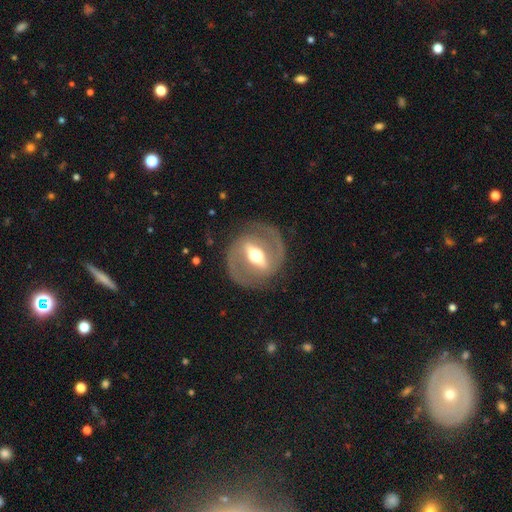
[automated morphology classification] smooth-or-featured: featured or disk: 85% | smooth: 10% | star or artifact: 5%
  disk-edge-on: no: 92% | yes: 8%
    bar: strong: 71% | weak: 21% | no: 8%
    has-spiral-arms: yes: 77% | no: 23%
      spiral-winding: medium: 49% | tight: 34% | loose: 17%
      spiral-arm-count: 2: 89% | can't tell: 5% | 1: 3% | 3: 1% | 4: 1% | more than 4: 1%
    bulge-size: moderate: 69% | large: 18% | small: 10% | dominant: 2% | none: 1%
  merging: none: 82% | minor disturbance: 10% | major disturbance: 6% | merger: 1%